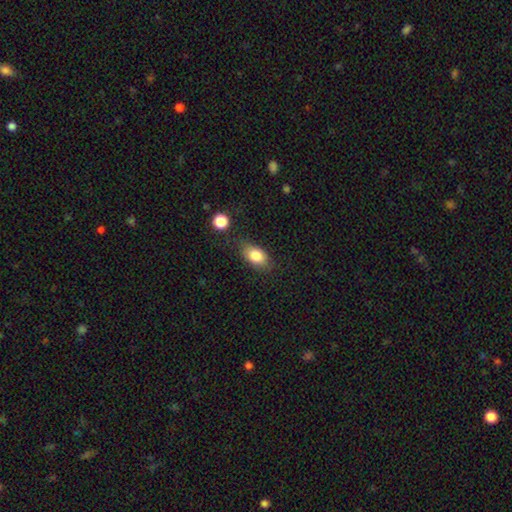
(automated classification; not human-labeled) This is clearly a smooth galaxy (81%). How rounded: clearly in between (85%). Merging: likely none (75%).